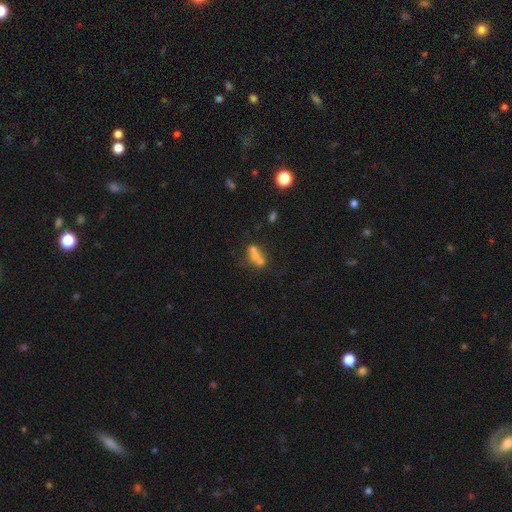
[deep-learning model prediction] Smooth or featured? smooth (53%)
How rounded? round (57%)
Merging? merger (60%)